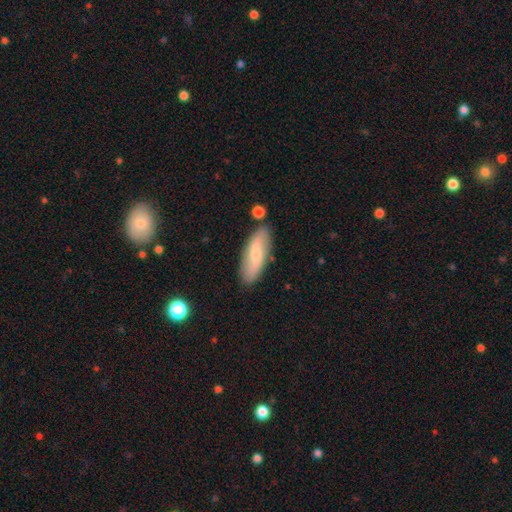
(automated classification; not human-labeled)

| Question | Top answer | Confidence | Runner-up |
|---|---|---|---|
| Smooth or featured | smooth | 51% | featured or disk (42%) |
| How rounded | in between | 61% | cigar-shaped (37%) |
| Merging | none | 83% | minor disturbance (12%) |